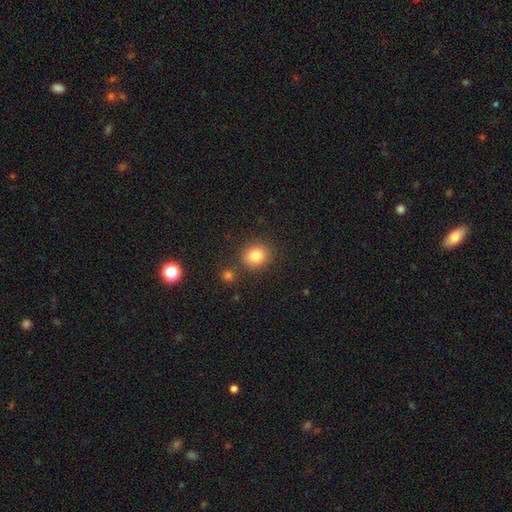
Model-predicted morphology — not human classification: A smooth galaxy with no disk features (82%) that is round (78%).

Vote fractions:
- Smooth or featured? smooth: 82% / star or artifact: 11% / featured or disk: 7%
- How rounded? round: 78% / in between: 21% / cigar-shaped: 1%
- Merging? none: 82% / minor disturbance: 9% / merger: 6% / major disturbance: 3%